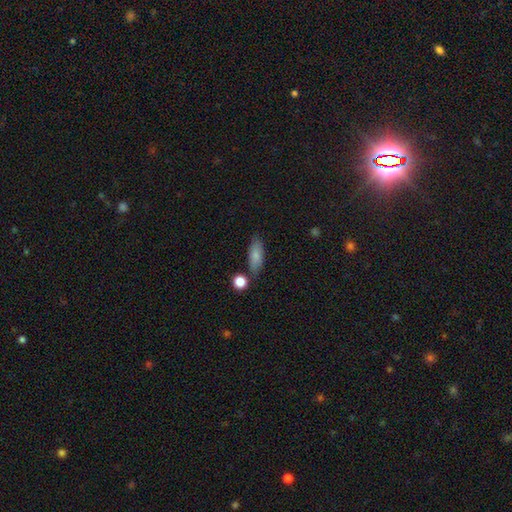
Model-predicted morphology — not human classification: This is clearly a smooth galaxy (81%). How rounded: likely in between (73%). Merging: likely none (74%).